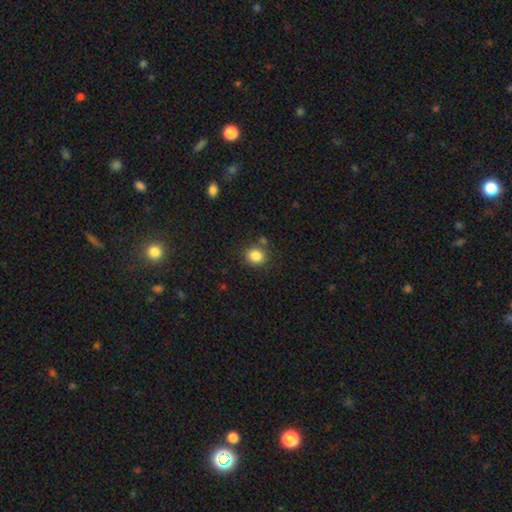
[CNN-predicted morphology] This appears to be a smooth galaxy with no disk features (85%) that is round (77%). Merging: none (80%).